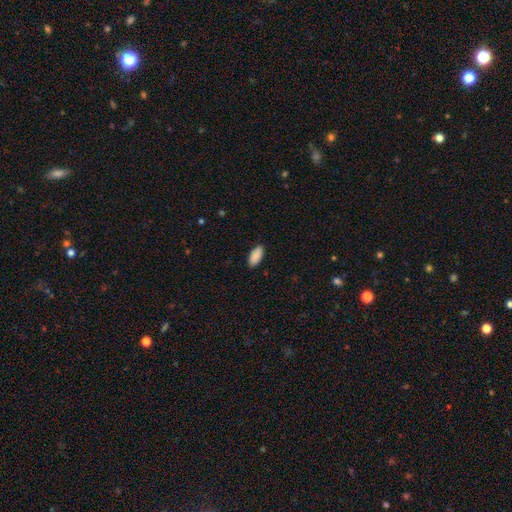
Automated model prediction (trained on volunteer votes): smooth_or_featured: smooth (p=0.91) [alt: star or artifact p=0.06]
how_rounded: in between (p=0.91) [alt: cigar-shaped p=0.07]
merging: none (p=0.88) [alt: minor disturbance p=0.09]